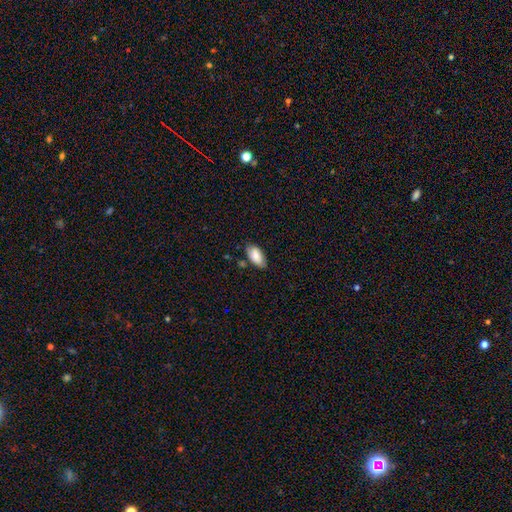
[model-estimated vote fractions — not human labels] The model was most divided on "merging": none: 76%, minor disturbance: 17%, merger: 3%, major disturbance: 3%. More confident: how rounded — in between (93%); smooth or featured — smooth (80%).